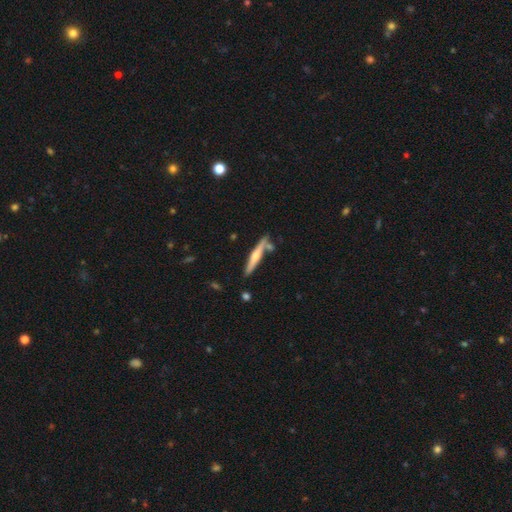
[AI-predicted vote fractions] Smooth or featured?
  - featured or disk: 55% *
  - smooth: 39%
  - star or artifact: 5%
Edge-on disk?
  - yes: 96% *
  - no: 4%
Edge-on bulge?
  - rounded: 82% *
  - none: 12%
  - boxy: 5%
Merging?
  - none: 77% *
  - minor disturbance: 12%
  - merger: 9%
  - major disturbance: 2%